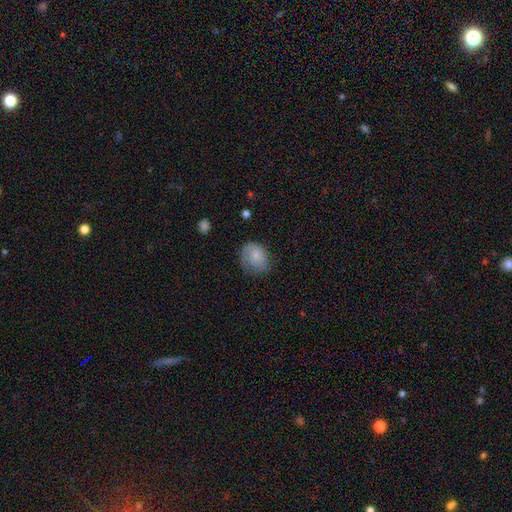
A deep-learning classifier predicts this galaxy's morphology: smooth 75%, featured or disk 18%, star or artifact 7%. Down the decision tree: how rounded — round (57%); merging — none (61%).